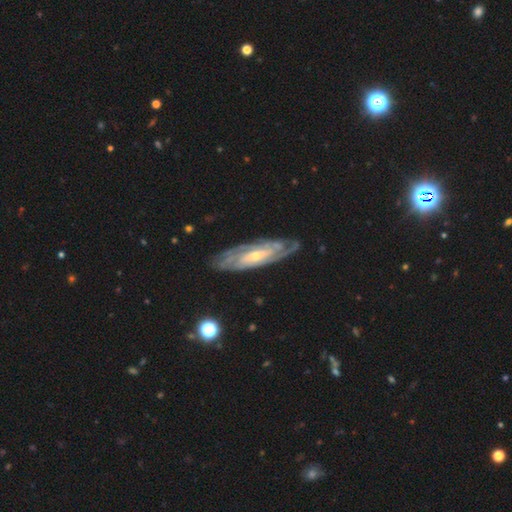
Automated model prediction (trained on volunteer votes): smooth-or-featured: featured or disk: 85% | smooth: 10% | star or artifact: 5%
  disk-edge-on: no: 85% | yes: 15%
    bar: no: 56% | weak: 31% | strong: 13%
    has-spiral-arms: yes: 95% | no: 5%
      spiral-winding: tight: 69% | medium: 25% | loose: 5%
      spiral-arm-count: can't tell: 41% | 2: 24% | 3: 15% | 4: 11% | more than 4: 5% | 1: 5%
    bulge-size: small: 63% | moderate: 33% | large: 2% | none: 2% | dominant: 1%
  merging: none: 78% | minor disturbance: 16% | major disturbance: 5% | merger: 2%